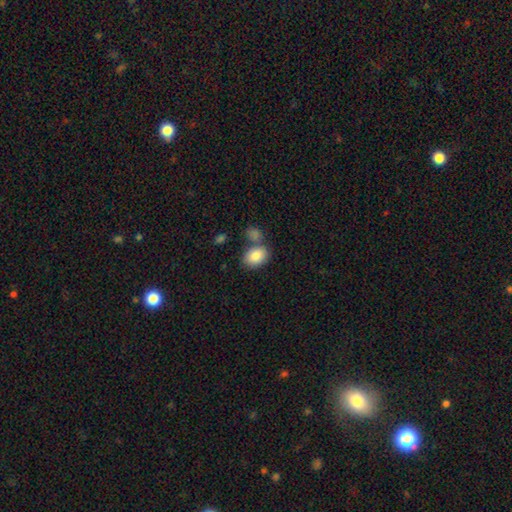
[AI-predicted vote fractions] This appears to be a smooth galaxy with no disk features (86%) that is in between round and cigar-shaped (80%). Merging: none (61%).